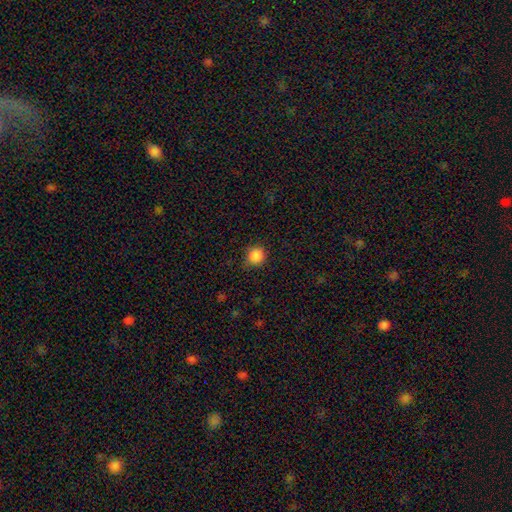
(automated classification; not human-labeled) This appears to be a smooth galaxy with no disk features (86%) that is round (92%). Merging: none (80%).